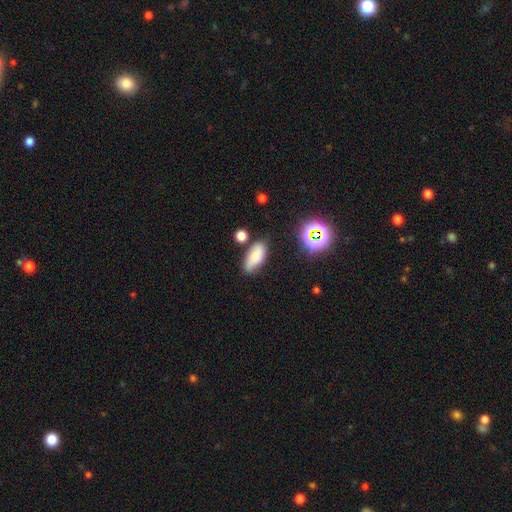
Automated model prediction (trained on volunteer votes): Smooth or featured? Predicted: smooth (p=0.74). How rounded? Predicted: in between (p=0.83). Merging? Predicted: none (p=0.66).